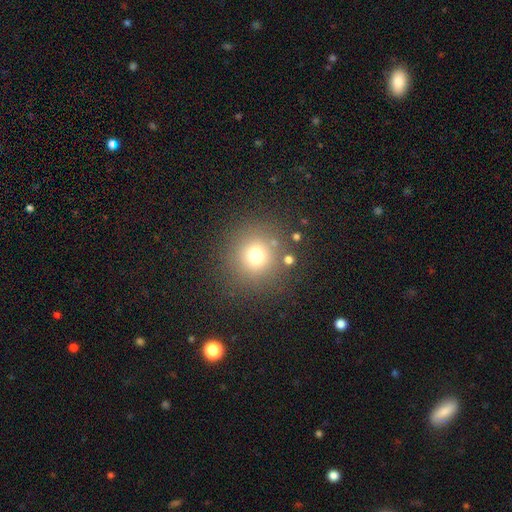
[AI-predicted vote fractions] A smooth galaxy with no disk features (72%) that is round (93%).

Vote fractions:
- Smooth or featured? smooth: 72% / star or artifact: 18% / featured or disk: 10%
- How rounded? round: 93% / in between: 6% / cigar-shaped: 1%
- Merging? none: 84% / minor disturbance: 8% / major disturbance: 5% / merger: 4%